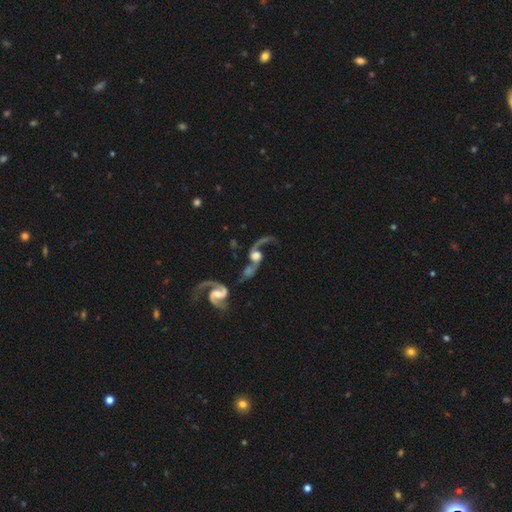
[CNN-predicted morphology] smooth-or-featured: featured or disk: 83% | smooth: 11% | star or artifact: 7%
  disk-edge-on: no: 94% | yes: 6%
    bar: no: 58% | weak: 31% | strong: 11%
    has-spiral-arms: yes: 92% | no: 8%
      spiral-winding: loose: 79% | medium: 16% | tight: 4%
      spiral-arm-count: 2: 83% | 1: 12% | can't tell: 2% | 3: 1% | 4: 1% | more than 4: 1%
    bulge-size: moderate: 41% | large: 31% | small: 15% | none: 8% | dominant: 5%
  merging: merger: 44% | none: 28% | major disturbance: 17% | minor disturbance: 11%